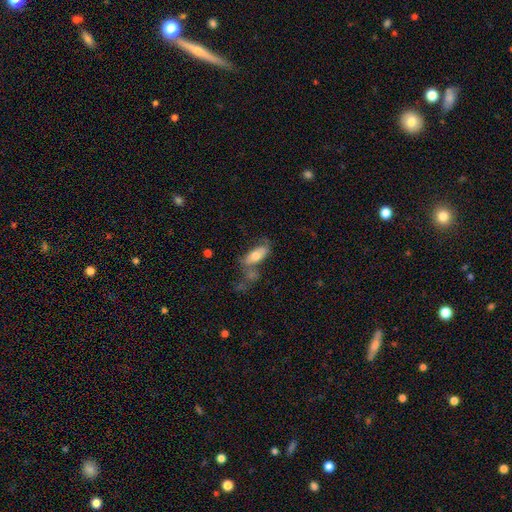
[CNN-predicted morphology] Smooth or featured? Predicted: smooth (p=0.62). How rounded? Predicted: in between (p=0.81). Merging? Predicted: none (p=0.37).